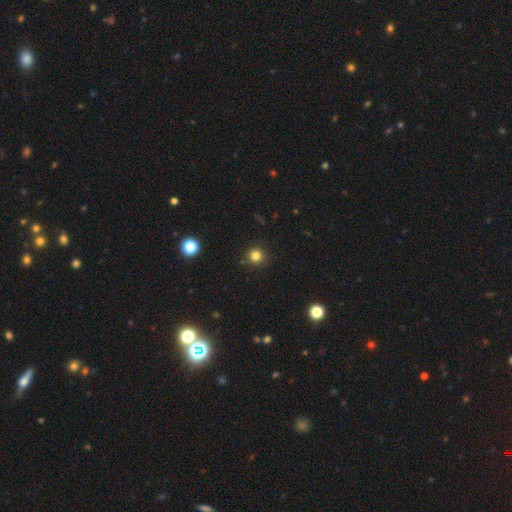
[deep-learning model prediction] Q: Smooth or featured?
A: smooth (81%); runner-up: star or artifact (14%)
Q: How rounded?
A: round (94%); runner-up: in between (5%)
Q: Merging?
A: none (88%); runner-up: minor disturbance (8%)